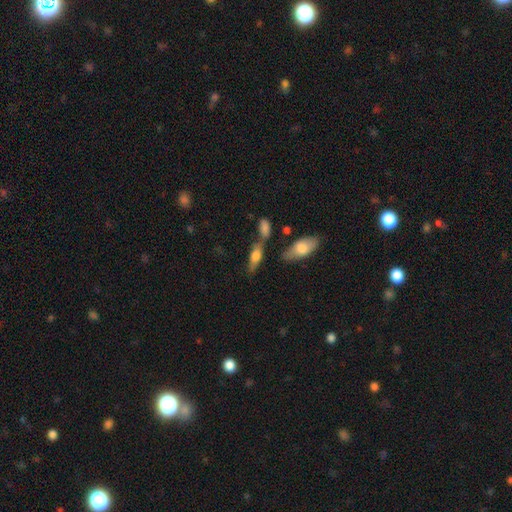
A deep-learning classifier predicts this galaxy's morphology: Smooth or featured?
  - smooth: 56% *
  - featured or disk: 37%
  - star or artifact: 7%
How rounded?
  - in between: 59% *
  - cigar-shaped: 37%
  - round: 4%
Merging?
  - none: 60% *
  - merger: 20%
  - minor disturbance: 15%
  - major disturbance: 5%